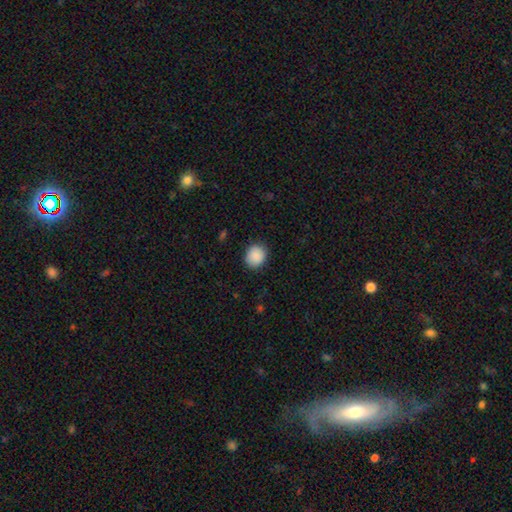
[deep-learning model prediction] Q: Smooth or featured?
A: smooth (90%); runner-up: star or artifact (8%)
Q: How rounded?
A: round (75%); runner-up: in between (24%)
Q: Merging?
A: none (88%); runner-up: minor disturbance (9%)